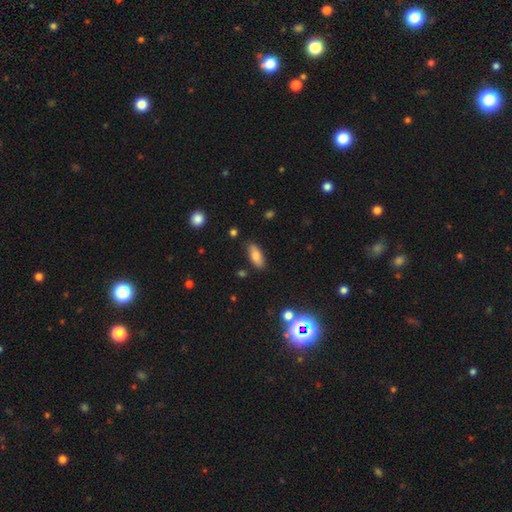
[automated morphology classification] type=smooth (78%); roundness=in between (80%); merging=none (84%).